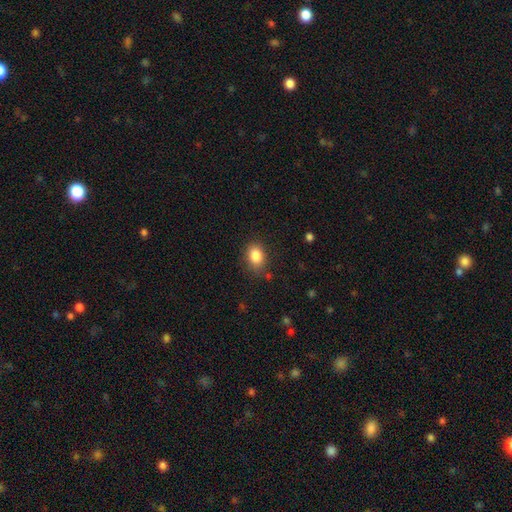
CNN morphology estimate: smooth-or-featured: smooth: 85% | star or artifact: 9% | featured or disk: 6%
  how-rounded: in between: 68% | round: 31% | cigar-shaped: 1%
  merging: none: 82% | minor disturbance: 13% | major disturbance: 4% | merger: 2%